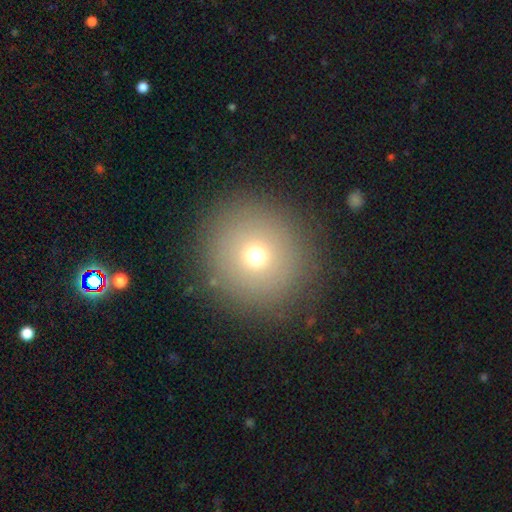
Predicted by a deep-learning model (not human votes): smooth 69%, star or artifact 18%, featured or disk 13%. Down the decision tree: how rounded — round (94%); merging — none (88%).